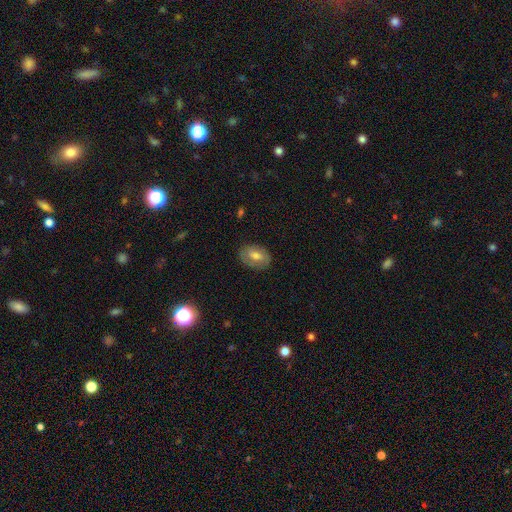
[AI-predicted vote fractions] Smooth or featured: smooth — 63% (featured or disk — 29%)
How rounded: in between — 82% (round — 16%)
Merging: none — 81% (minor disturbance — 14%)